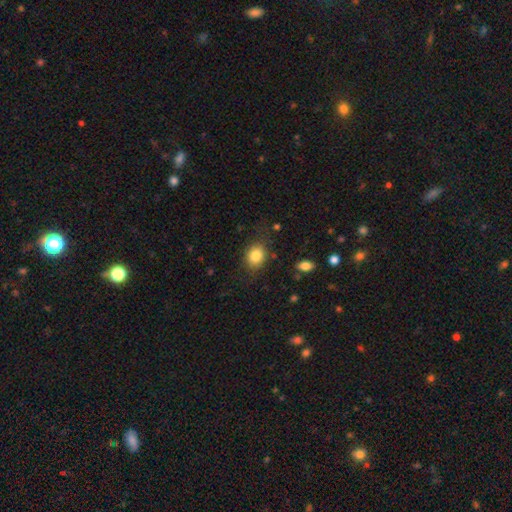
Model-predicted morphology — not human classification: smooth 83%, star or artifact 9%, featured or disk 8%. Down the decision tree: how rounded — in between (50%); merging — none (76%).